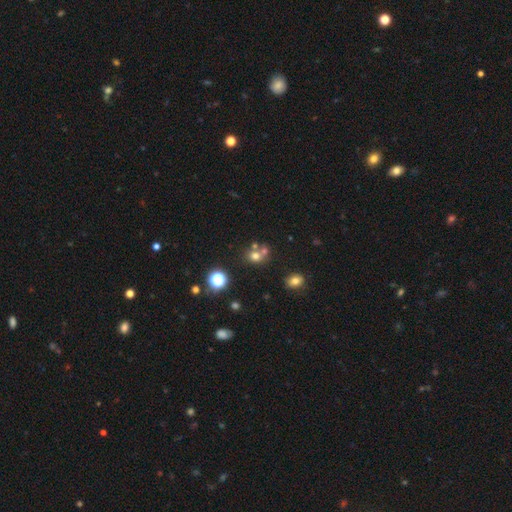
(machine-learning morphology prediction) smooth 66%, star or artifact 22%, featured or disk 12%. Down the decision tree: how rounded — round (75%); merging — none (50%).